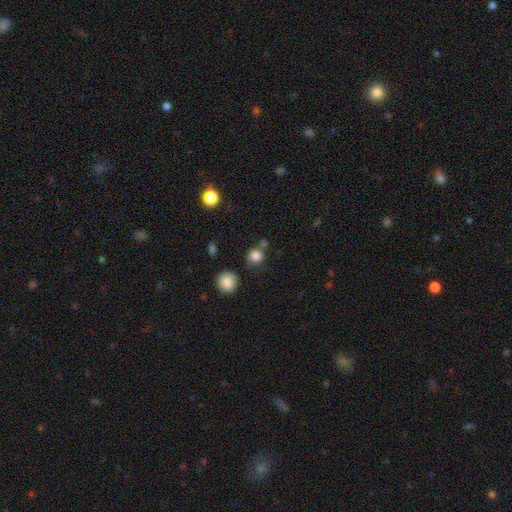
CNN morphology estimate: A smooth galaxy with no disk features (82%) that is round (85%).

Vote fractions:
- Smooth or featured? smooth: 82% / star or artifact: 12% / featured or disk: 6%
- How rounded? round: 85% / in between: 14% / cigar-shaped: 1%
- Merging? none: 65% / merger: 15% / minor disturbance: 15% / major disturbance: 5%